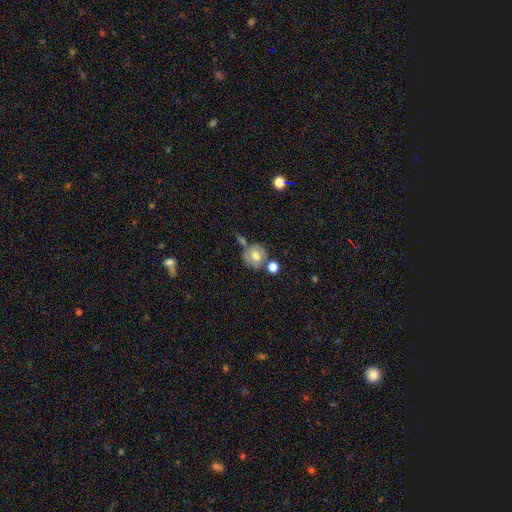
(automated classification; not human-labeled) A smooth galaxy with no disk features (67%) that is round (82%). Merging: none (50%).